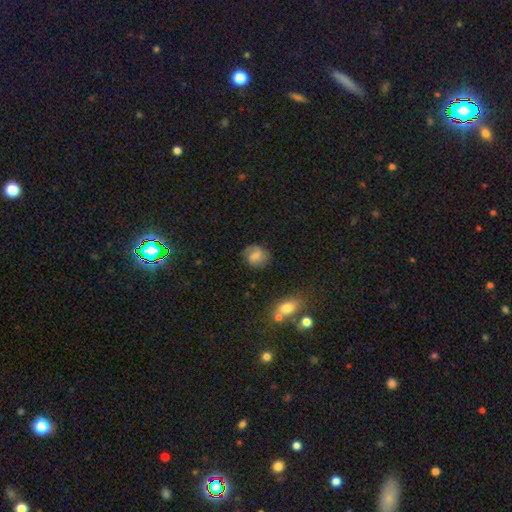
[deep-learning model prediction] This appears to be a smooth galaxy with no disk features (48%). Merging: none (72%).